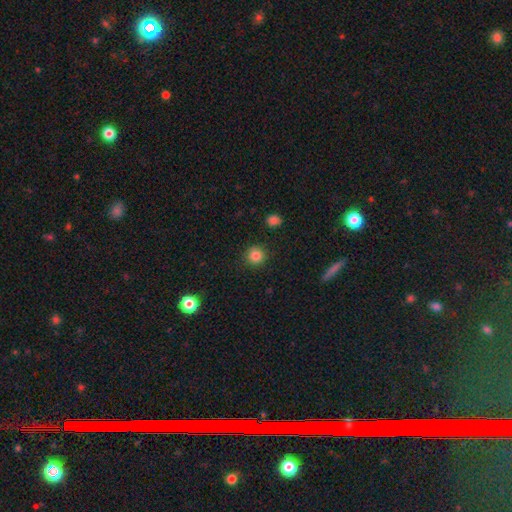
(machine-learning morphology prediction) A smooth galaxy with no disk features (84%) that is round (93%).

Vote fractions:
- Smooth or featured? smooth: 84% / star or artifact: 11% / featured or disk: 5%
- How rounded? round: 93% / in between: 6% / cigar-shaped: 1%
- Merging? none: 91% / minor disturbance: 6% / major disturbance: 2% / merger: 1%